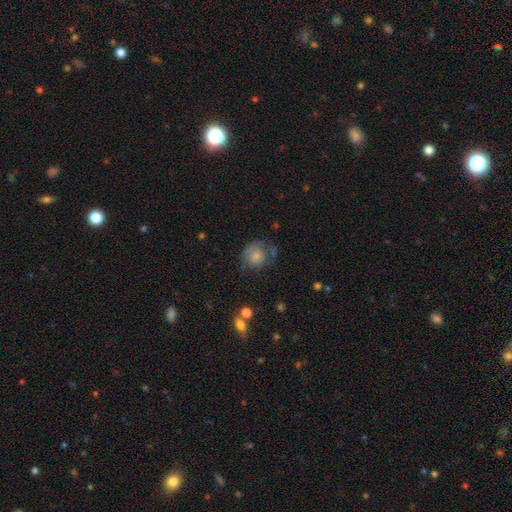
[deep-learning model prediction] Overall: smooth (65%; featured or disk 26%). How rounded: round (68%; in between 31%). Merging: none (42%; minor disturbance 29%).